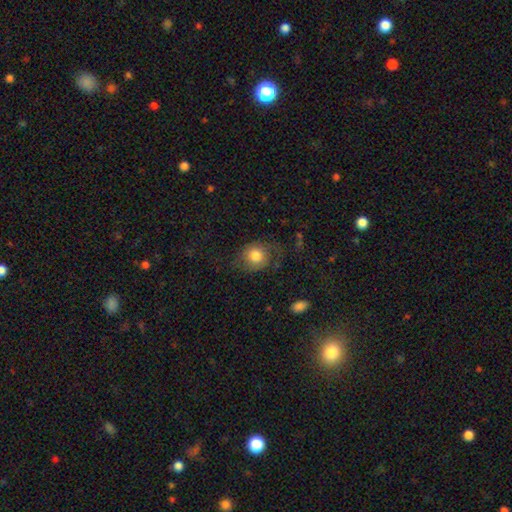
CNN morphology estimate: type=smooth (70%); roundness=round (72%); merging=none (57%).